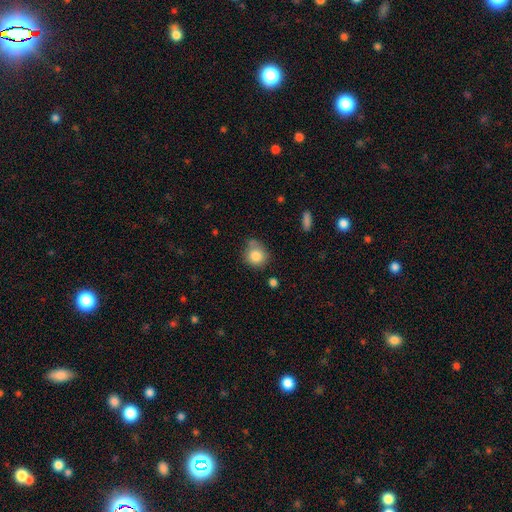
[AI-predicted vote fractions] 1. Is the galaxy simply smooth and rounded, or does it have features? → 83% smooth, 9% star or artifact, 8% featured or disk.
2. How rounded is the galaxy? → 79% round, 20% in between, 1% cigar-shaped.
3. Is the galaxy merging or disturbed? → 59% none, 27% minor disturbance, 8% merger, 7% major disturbance.